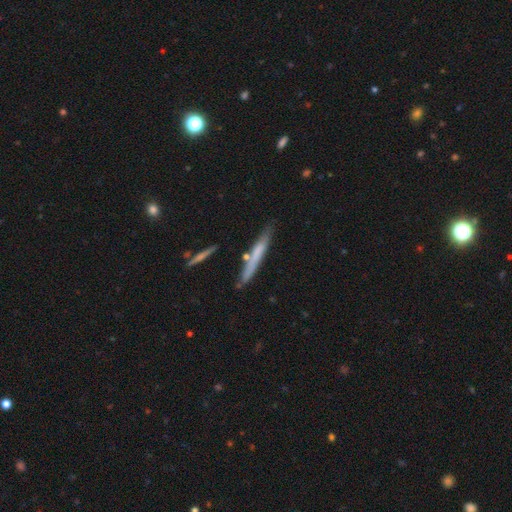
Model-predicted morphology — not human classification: Overall: smooth (55%; featured or disk 38%). How rounded: cigar-shaped (94%). Merging: none (73%).